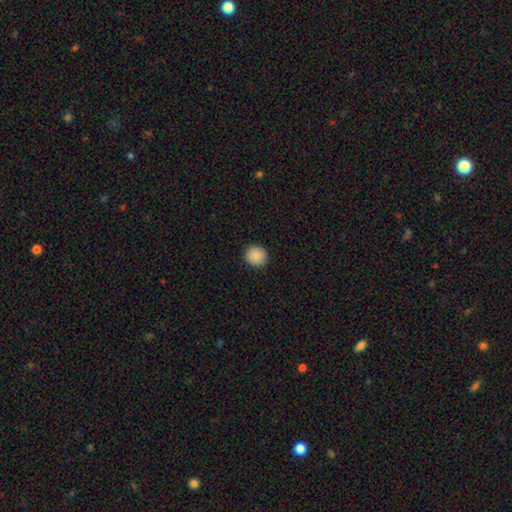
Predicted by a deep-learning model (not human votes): Smooth or featured? Predicted: smooth (p=0.88). How rounded? Predicted: round (p=0.92). Merging? Predicted: none (p=0.92).